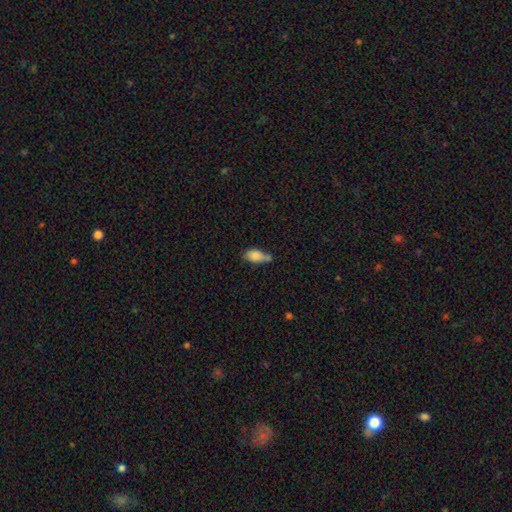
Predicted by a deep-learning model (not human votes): smooth 80%, featured or disk 12%, star or artifact 9%. Down the decision tree: how rounded — in between (85%); merging — none (37%).